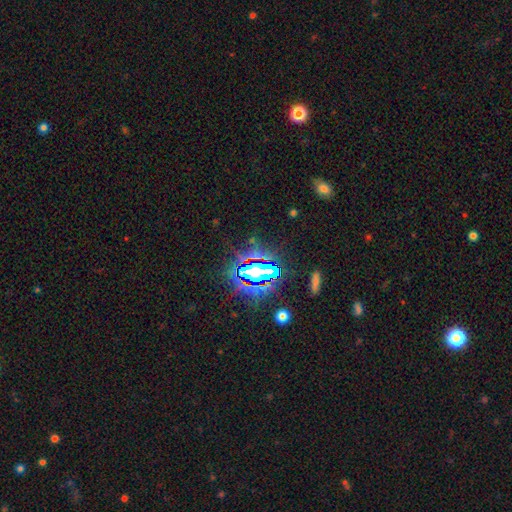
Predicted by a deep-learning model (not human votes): This is clearly a star or artifact rather than a galaxy (80%).